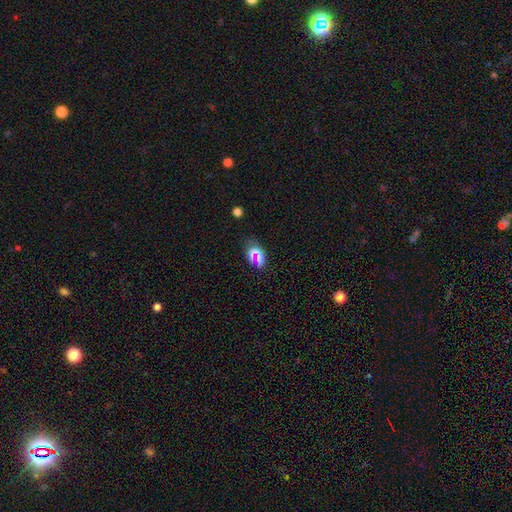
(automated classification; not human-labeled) smooth 50%, star or artifact 38%, featured or disk 12%. Down the decision tree: merging — none (66%).